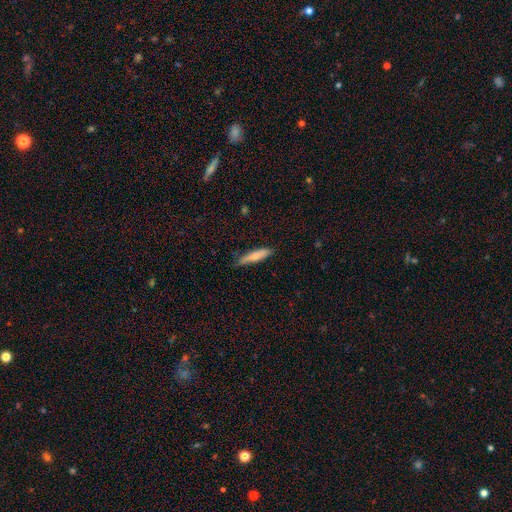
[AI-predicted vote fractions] smooth-or-featured: smooth: 74% | featured or disk: 21% | star or artifact: 6%
  how-rounded: cigar-shaped: 82% | in between: 16% | round: 2%
  merging: none: 75% | minor disturbance: 21% | major disturbance: 3% | merger: 1%